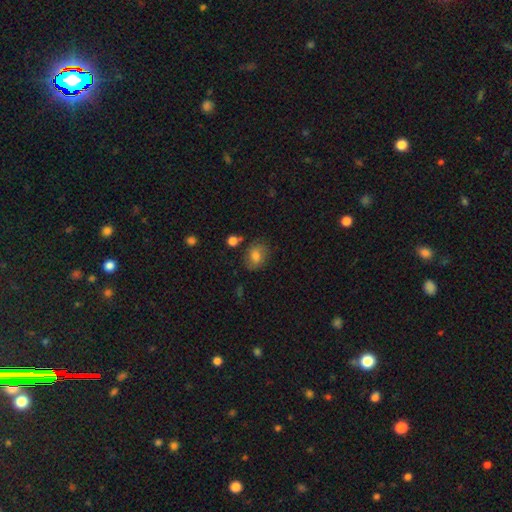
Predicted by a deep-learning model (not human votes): smooth_or_featured: smooth (p=0.74) [alt: featured or disk p=0.16]
how_rounded: in between (p=0.55) [alt: round p=0.44]
merging: none (p=0.71) [alt: minor disturbance p=0.19]